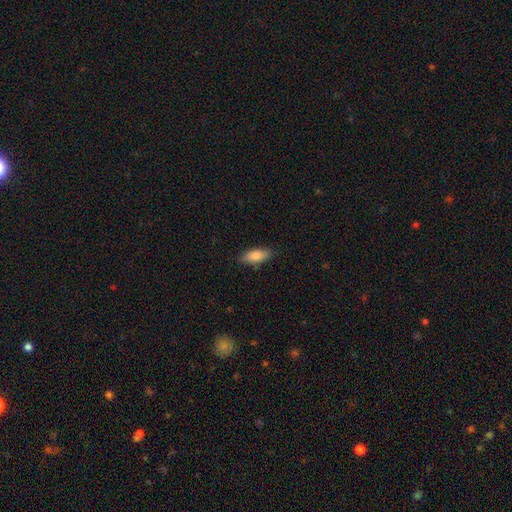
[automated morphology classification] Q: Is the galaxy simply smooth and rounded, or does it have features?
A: smooth — 84%.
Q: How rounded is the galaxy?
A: in between — 78%.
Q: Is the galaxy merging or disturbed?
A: none — 84%.